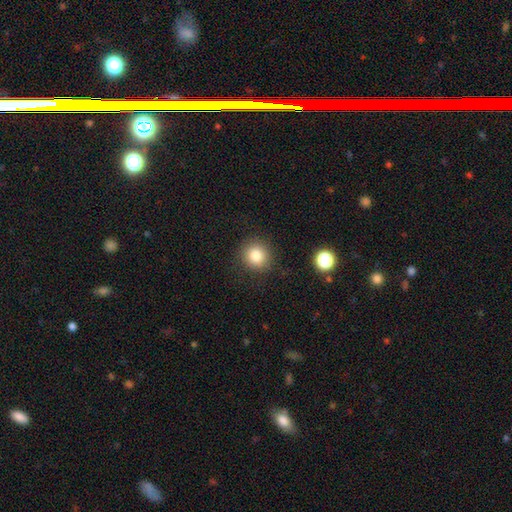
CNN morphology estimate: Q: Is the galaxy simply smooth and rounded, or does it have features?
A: smooth — 82%.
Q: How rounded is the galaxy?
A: round — 91%.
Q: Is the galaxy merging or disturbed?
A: none — 88%.